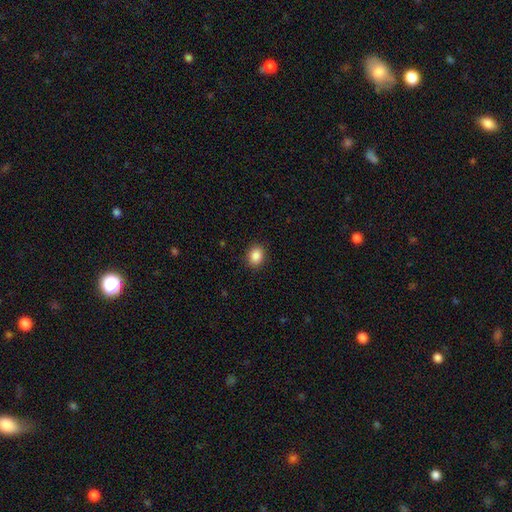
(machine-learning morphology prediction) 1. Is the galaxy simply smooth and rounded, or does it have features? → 88% smooth, 9% star or artifact, 3% featured or disk.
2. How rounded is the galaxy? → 57% in between, 42% round, 1% cigar-shaped.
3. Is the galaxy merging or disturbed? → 89% none, 8% minor disturbance, 2% major disturbance, 1% merger.